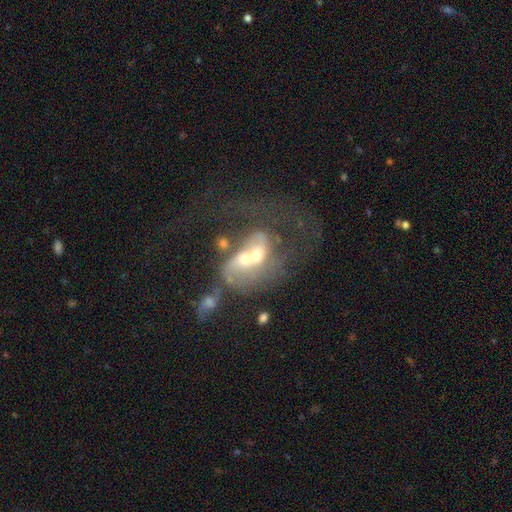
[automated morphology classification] This appears to be a featured or disk galaxy (71%) with no bar (65%), spiral arms (57%) and a moderate central bulge (57%). Merging: merger (58%).